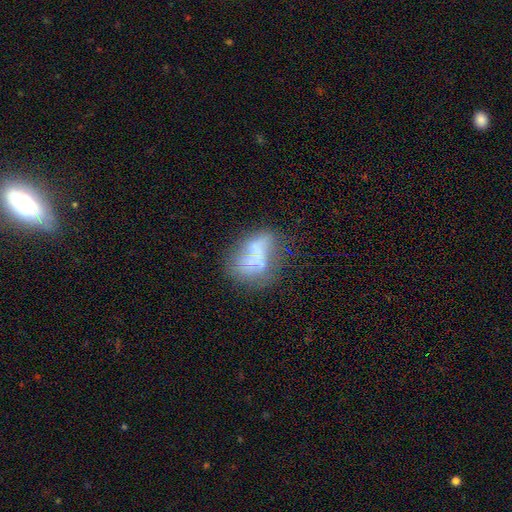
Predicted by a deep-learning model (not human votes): Q: Smooth or featured?
A: featured or disk (44%); runner-up: smooth (43%)
Q: Merging?
A: none (35%); runner-up: major disturbance (26%)